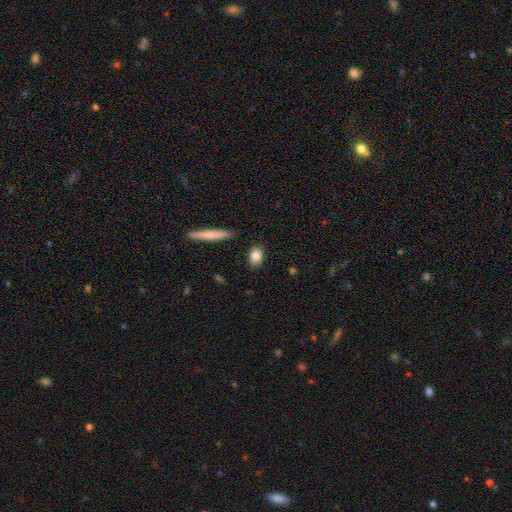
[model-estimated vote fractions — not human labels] Smooth or featured?
  - smooth: 84% *
  - featured or disk: 9%
  - star or artifact: 8%
How rounded?
  - in between: 72% *
  - round: 22%
  - cigar-shaped: 6%
Merging?
  - none: 86% *
  - minor disturbance: 10%
  - major disturbance: 2%
  - merger: 2%